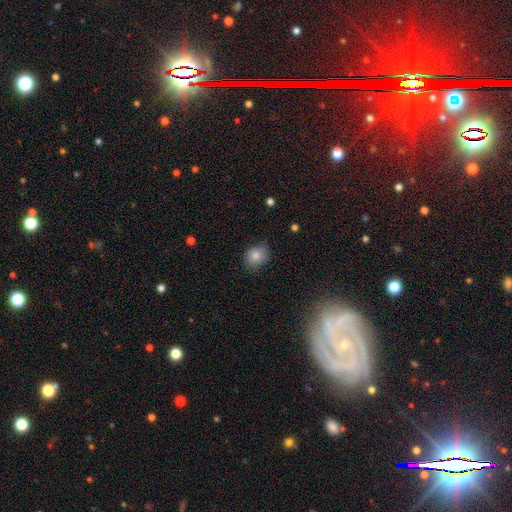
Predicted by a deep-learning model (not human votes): This appears to be a smooth galaxy with no disk features (83%) that is round (53%). Merging: none (74%).